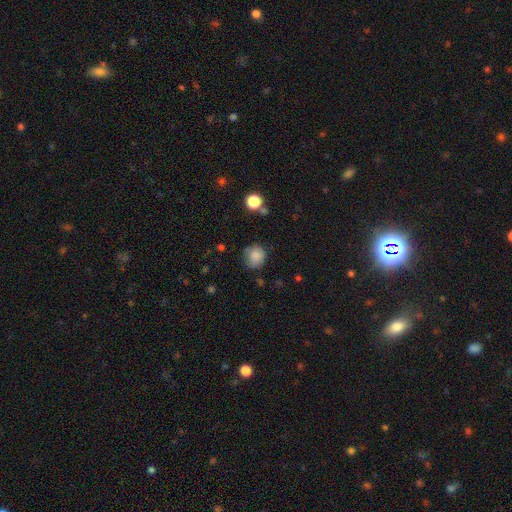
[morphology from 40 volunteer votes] smooth-or-featured: smooth: 88% | star or artifact: 10% | featured or disk: 2%
  how-rounded: round: 89% | in between: 9% | cigar-shaped: 3%
  merging: none: 67% | minor disturbance: 17% | major disturbance: 11% | merger: 6%